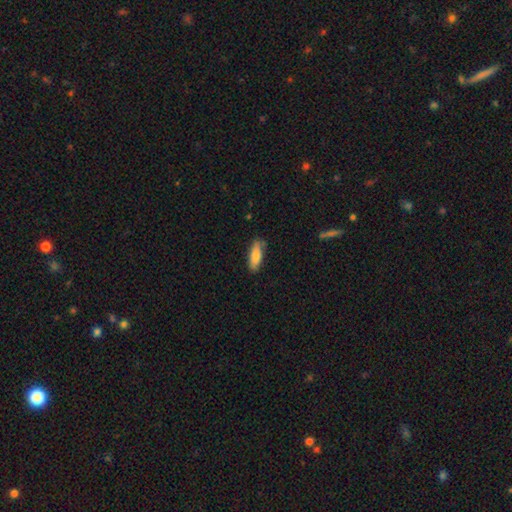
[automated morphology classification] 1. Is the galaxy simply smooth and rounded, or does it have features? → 83% smooth, 11% featured or disk, 6% star or artifact.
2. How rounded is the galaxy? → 57% in between, 41% cigar-shaped, 2% round.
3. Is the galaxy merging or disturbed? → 78% none, 17% minor disturbance, 3% major disturbance, 2% merger.